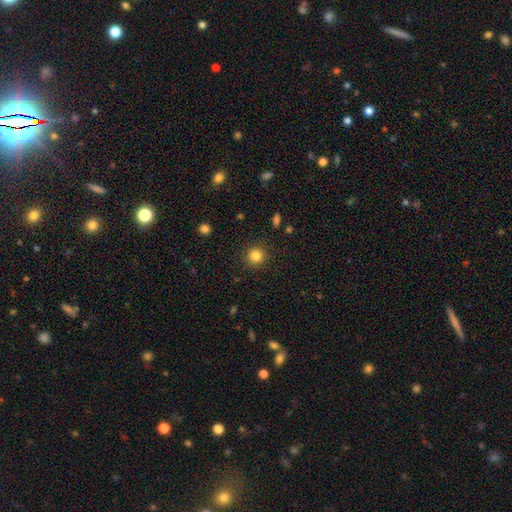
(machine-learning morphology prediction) Smooth or featured? Predicted: smooth (p=0.84). How rounded? Predicted: round (p=0.93). Merging? Predicted: none (p=0.91).